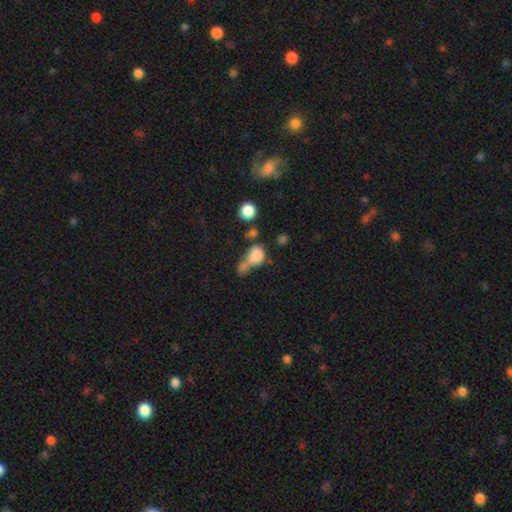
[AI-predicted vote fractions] smooth 78%, star or artifact 12%, featured or disk 10%. Down the decision tree: how rounded — round (52%); merging — merger (55%).